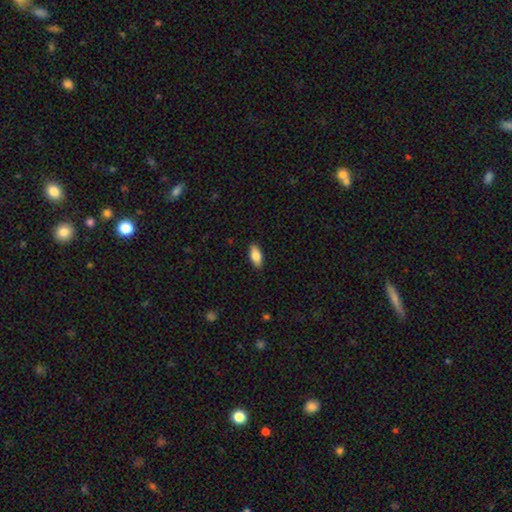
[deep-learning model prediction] Smooth or featured? smooth (82%)
How rounded? in between (87%)
Merging? none (88%)